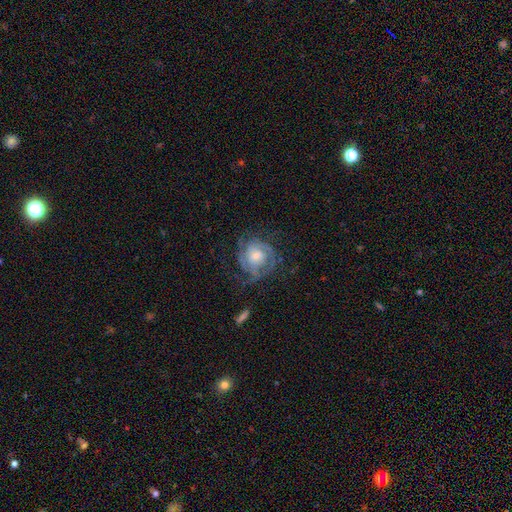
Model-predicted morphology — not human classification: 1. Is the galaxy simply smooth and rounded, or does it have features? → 80% featured or disk, 12% smooth, 7% star or artifact.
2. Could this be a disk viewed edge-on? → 97% no, 3% yes.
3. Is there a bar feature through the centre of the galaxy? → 72% no, 23% weak, 5% strong.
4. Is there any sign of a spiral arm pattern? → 93% yes, 7% no.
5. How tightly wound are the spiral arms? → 64% tight, 29% medium, 7% loose.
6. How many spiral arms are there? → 30% can't tell, 25% 3, 25% 2, 9% 4, 6% 1, 5% more than 4.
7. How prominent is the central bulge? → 55% moderate, 27% small, 13% large, 3% none, 2% dominant.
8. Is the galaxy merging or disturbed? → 67% none, 18% minor disturbance, 13% major disturbance, 2% merger.